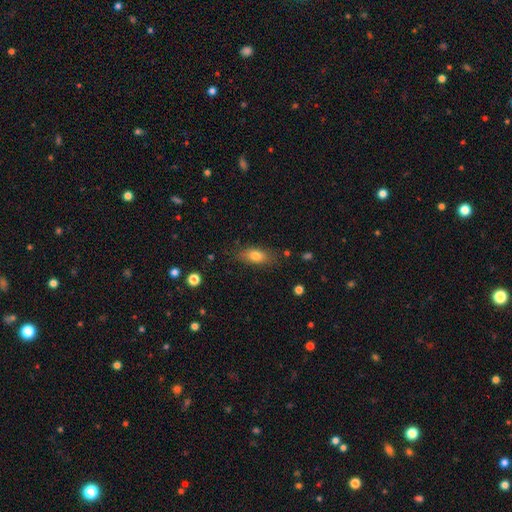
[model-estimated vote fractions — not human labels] Morphology: type=smooth (77%); roundness=in between (79%); merging=none (79%).